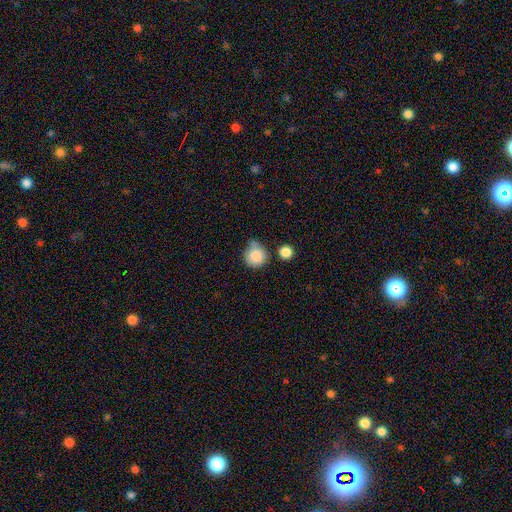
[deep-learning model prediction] smooth-or-featured: smooth: 85% | star or artifact: 9% | featured or disk: 6%
  how-rounded: round: 91% | in between: 8% | cigar-shaped: 1%
  merging: none: 60% | minor disturbance: 23% | merger: 11% | major disturbance: 6%